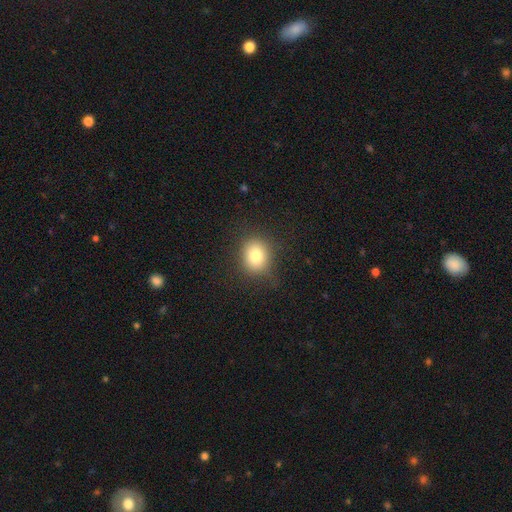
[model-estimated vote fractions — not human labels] Smooth or featured?
  - smooth: 80% *
  - star or artifact: 11%
  - featured or disk: 9%
How rounded?
  - round: 65% *
  - in between: 34%
  - cigar-shaped: 1%
Merging?
  - none: 82% *
  - minor disturbance: 13%
  - major disturbance: 5%
  - merger: 1%